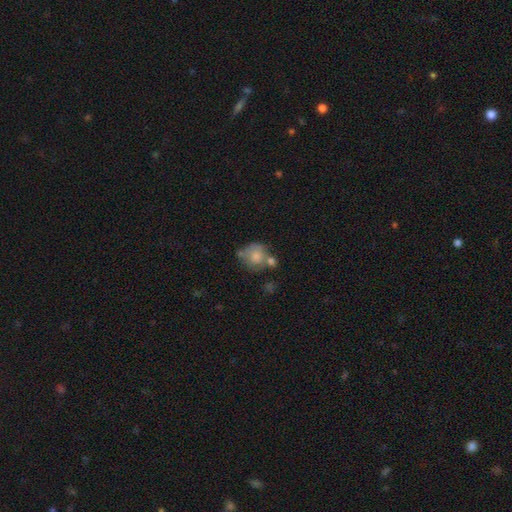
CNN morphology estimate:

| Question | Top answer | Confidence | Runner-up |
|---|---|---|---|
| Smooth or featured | smooth | 72% | featured or disk (20%) |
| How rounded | round | 81% | in between (18%) |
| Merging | none | 44% | merger (28%) |